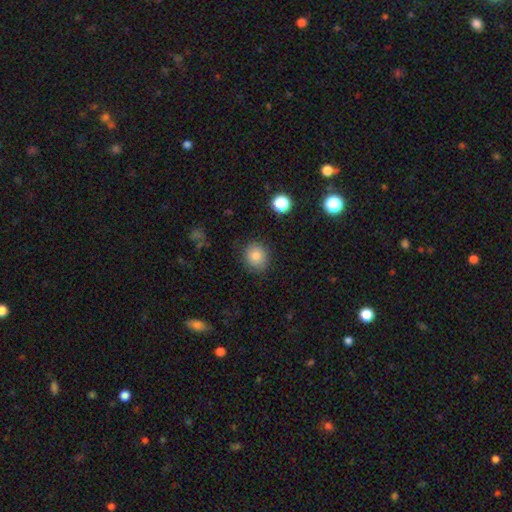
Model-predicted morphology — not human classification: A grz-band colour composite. It shows a smooth galaxy with no disk features (83%) that is round (74%). Merging: none (85%).